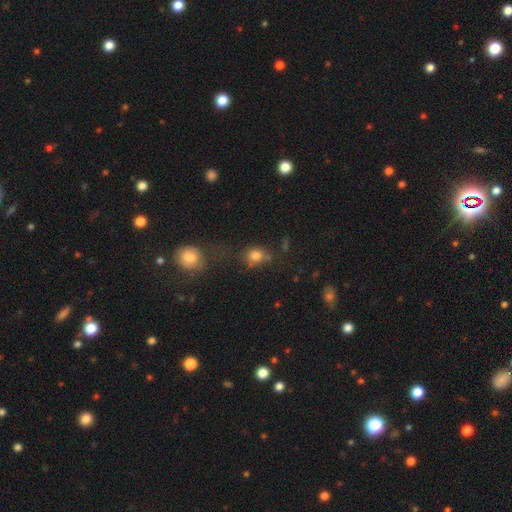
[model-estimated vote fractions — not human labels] Morphology: type=smooth (79%); roundness=round (62%); merging=none (53%).